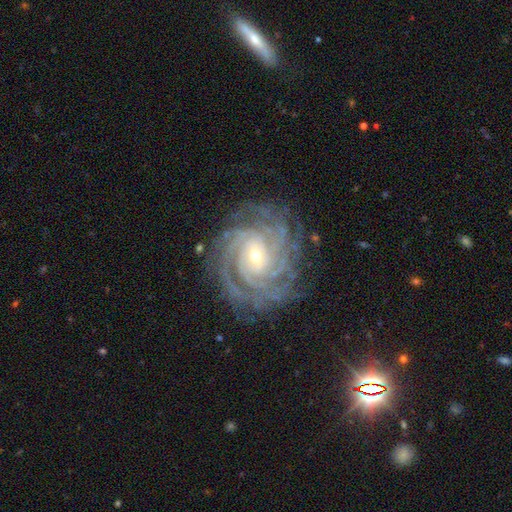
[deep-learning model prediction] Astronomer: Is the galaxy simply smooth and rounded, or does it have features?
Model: featured or disk — 91%.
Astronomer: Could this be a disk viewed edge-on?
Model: no — 98%.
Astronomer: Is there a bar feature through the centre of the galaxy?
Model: no — 54% (runner-up: weak, 32%).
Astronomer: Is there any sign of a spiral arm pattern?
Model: yes — 98%.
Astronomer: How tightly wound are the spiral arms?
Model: tight — 81%.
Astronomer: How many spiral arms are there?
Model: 4 — 25% (runner-up: more than 4, 22%).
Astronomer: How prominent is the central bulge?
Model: small — 67%.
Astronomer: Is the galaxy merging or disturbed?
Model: none — 80%.